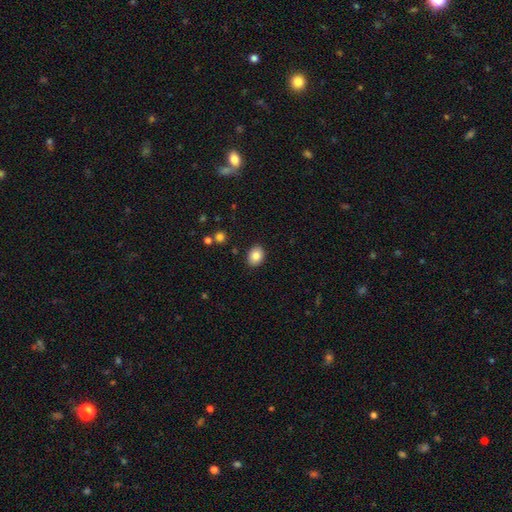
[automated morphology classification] smooth_or_featured: smooth (p=0.85) [alt: star or artifact p=0.08]
how_rounded: in between (p=0.67) [alt: round p=0.32]
merging: none (p=0.88) [alt: minor disturbance p=0.09]